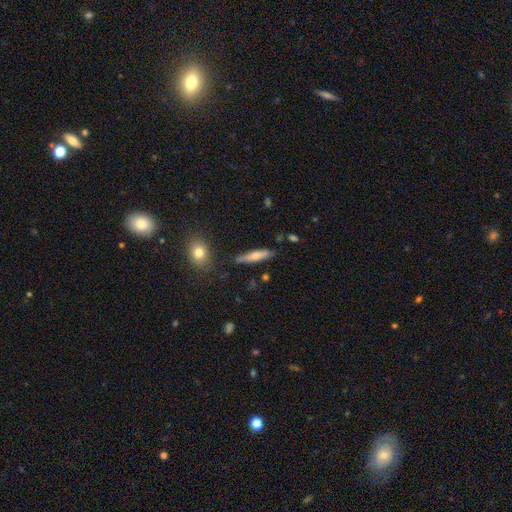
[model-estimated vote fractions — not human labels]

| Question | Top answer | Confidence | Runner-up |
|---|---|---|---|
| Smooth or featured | smooth | 58% | featured or disk (36%) |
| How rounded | cigar-shaped | 81% | in between (16%) |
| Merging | none | 82% | minor disturbance (13%) |